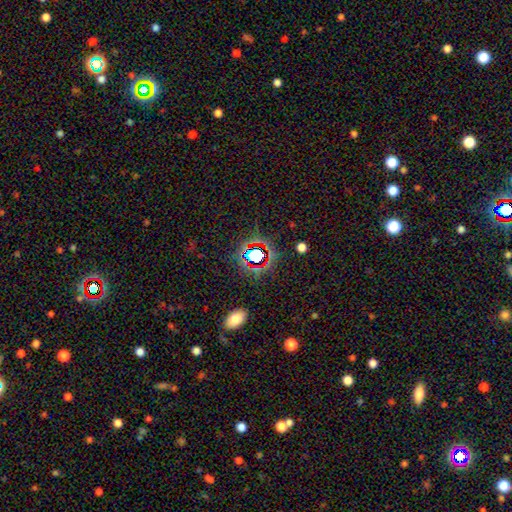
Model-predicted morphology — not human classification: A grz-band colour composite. It shows a star or artifact, not a galaxy (69%).